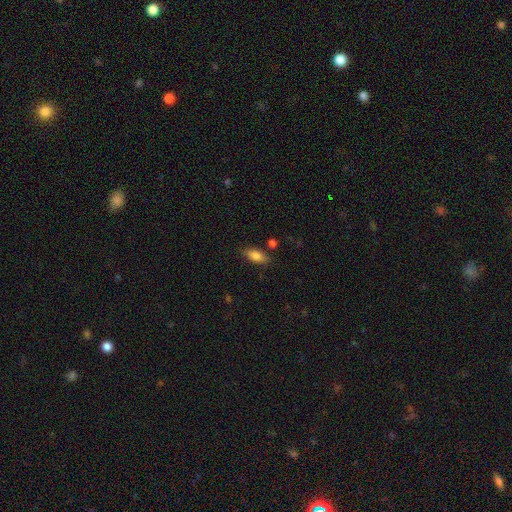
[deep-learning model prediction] Smooth or featured?
  - smooth: 83% *
  - featured or disk: 9%
  - star or artifact: 8%
How rounded?
  - in between: 85% *
  - cigar-shaped: 11%
  - round: 4%
Merging?
  - none: 80% *
  - minor disturbance: 13%
  - major disturbance: 3%
  - merger: 3%